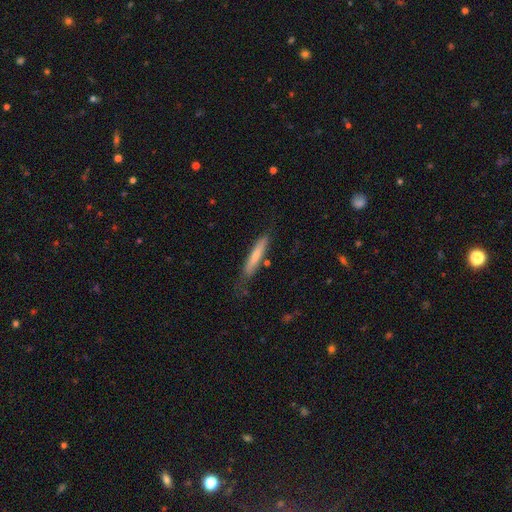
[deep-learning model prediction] The model was most divided on "smooth or featured": smooth: 67%, featured or disk: 27%, star or artifact: 6%. More confident: how rounded — cigar-shaped (92%); merging — none (71%).